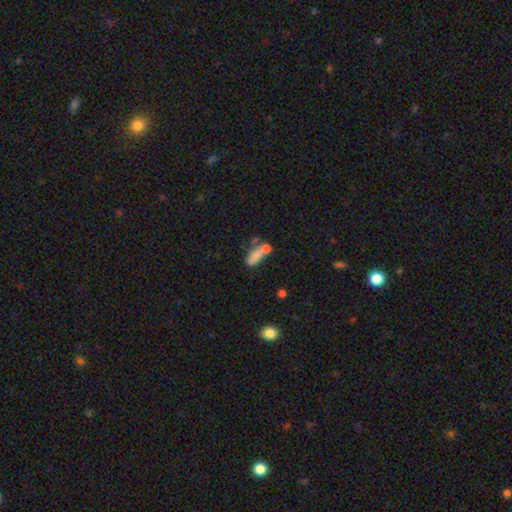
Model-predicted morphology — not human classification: Overall: smooth (69%). How rounded: in between (74%). Merging: merger (47%; none 25%).